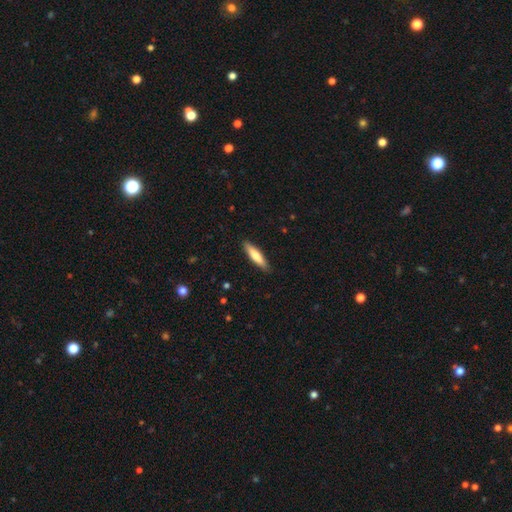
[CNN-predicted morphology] Smooth or featured? smooth (72%)
How rounded? cigar-shaped (78%)
Merging? none (88%)